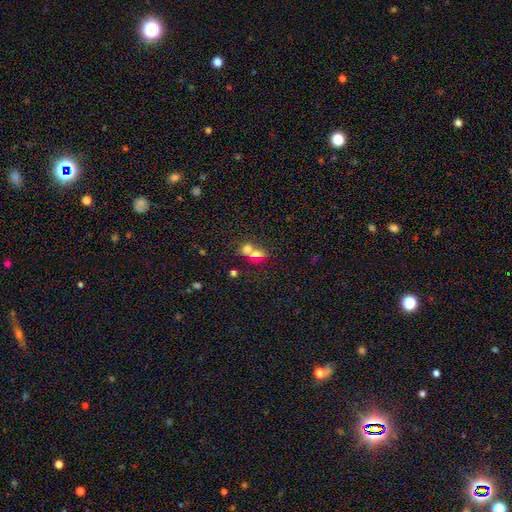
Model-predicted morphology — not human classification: Smooth or featured?
  - smooth: 65% *
  - star or artifact: 18%
  - featured or disk: 17%
How rounded?
  - round: 51% *
  - in between: 45%
  - cigar-shaped: 4%
Merging?
  - merger: 62% *
  - none: 28%
  - minor disturbance: 6%
  - major disturbance: 4%